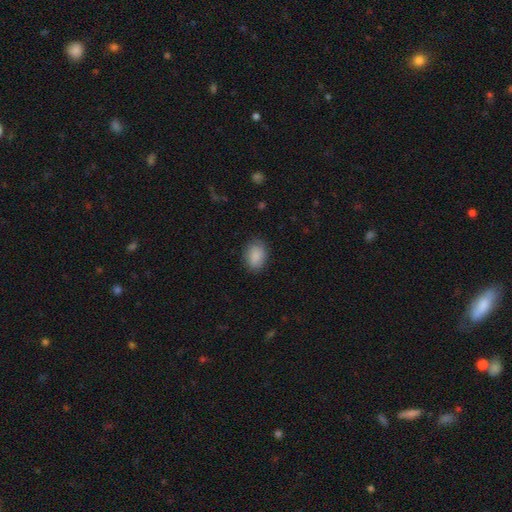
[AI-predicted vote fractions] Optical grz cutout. It shows a smooth galaxy with no disk features (88%) that is in between round and cigar-shaped (78%). Merging: none (80%).